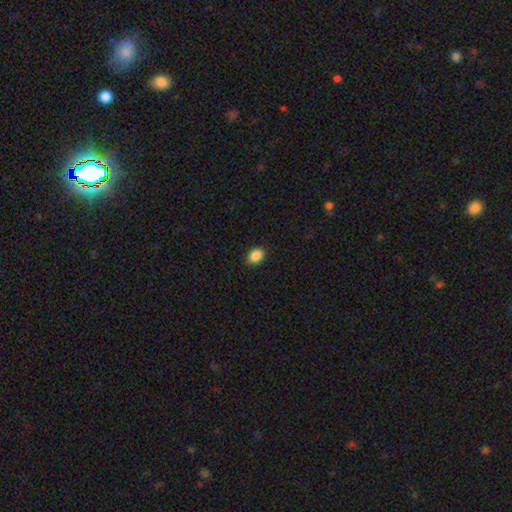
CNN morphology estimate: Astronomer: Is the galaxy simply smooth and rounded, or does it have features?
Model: smooth — 89%.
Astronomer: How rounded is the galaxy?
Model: in between — 78%.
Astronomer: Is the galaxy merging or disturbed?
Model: none — 89%.